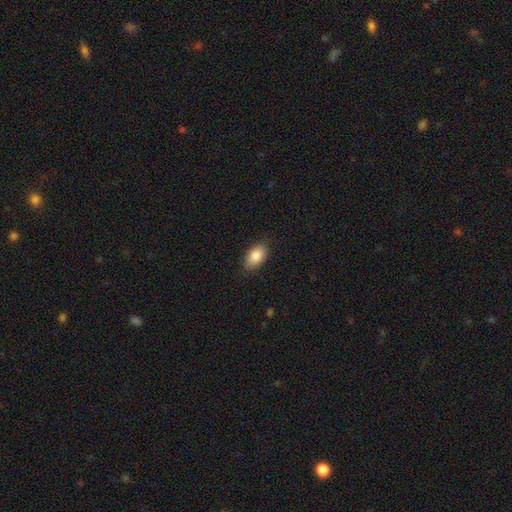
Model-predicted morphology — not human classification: smooth 86%, featured or disk 7%, star or artifact 7%. Down the decision tree: how rounded — in between (92%); merging — none (85%).